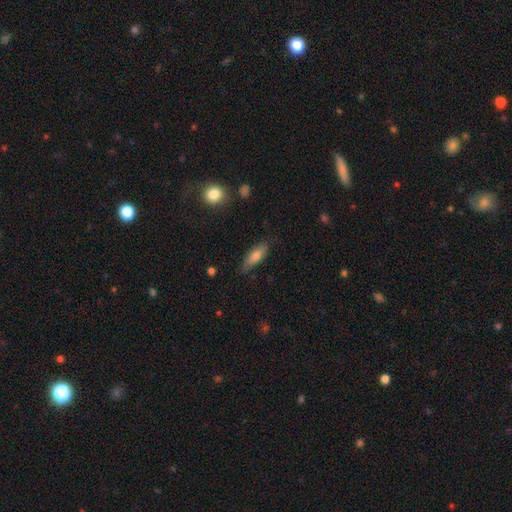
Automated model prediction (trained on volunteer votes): Morphology: type=smooth (74%); roundness=in between (61%); merging=none (77%).